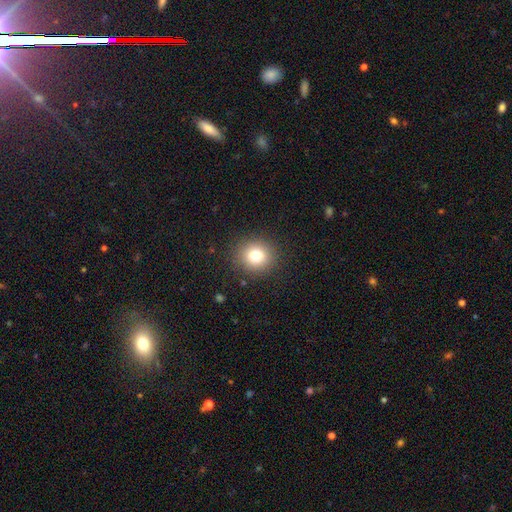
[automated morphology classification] Overall: smooth (78%). How rounded: round (86%). Merging: none (89%).